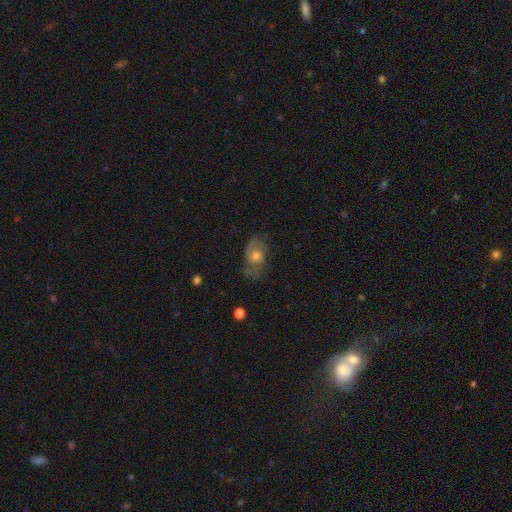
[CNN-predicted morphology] Smooth or featured?
  - featured or disk: 69% *
  - smooth: 22%
  - star or artifact: 10%
Edge-on disk?
  - no: 95% *
  - yes: 5%
Bar?
  - no: 72% *
  - weak: 24%
  - strong: 4%
Spiral arms?
  - yes: 87% *
  - no: 13%
Spiral winding?
  - medium: 49% *
  - tight: 29%
  - loose: 23%
Spiral arm count?
  - 2: 73% *
  - can't tell: 14%
  - 1: 6%
  - 3: 4%
  - 4: 2%
  - more than 4: 2%
Bulge size?
  - moderate: 63% *
  - small: 20%
  - large: 14%
  - none: 3%
  - dominant: 1%
Merging?
  - none: 65% *
  - minor disturbance: 21%
  - major disturbance: 12%
  - merger: 2%